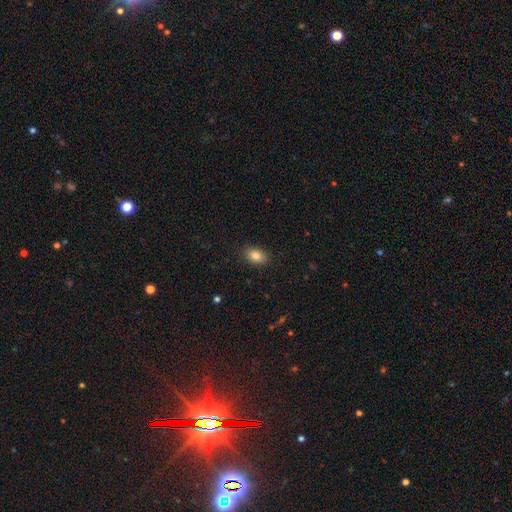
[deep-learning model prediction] This appears to be a smooth galaxy with no disk features (84%) that is in between round and cigar-shaped (85%). Merging: none (89%).